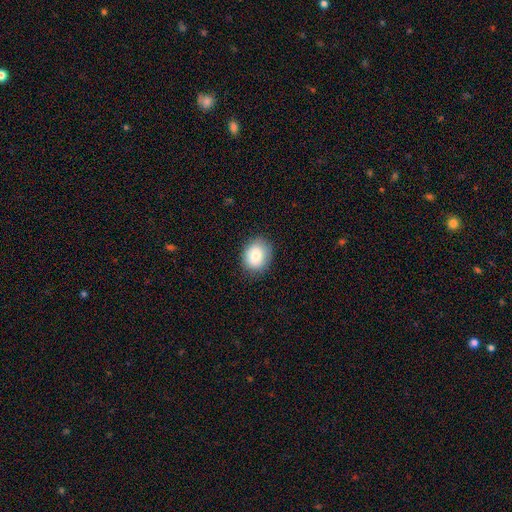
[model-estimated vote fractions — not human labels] This appears to be a smooth galaxy with no disk features (82%) that is round (53%). Merging: none (83%).